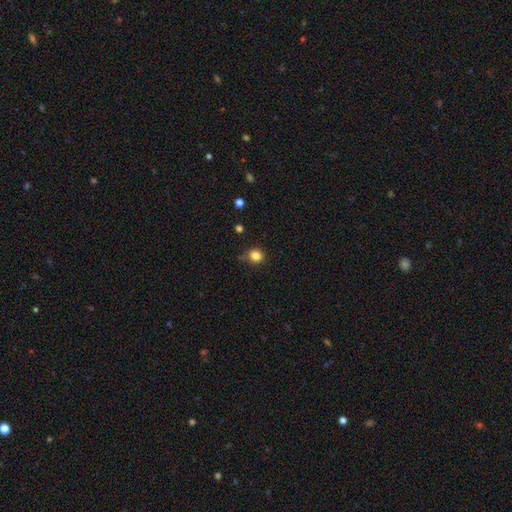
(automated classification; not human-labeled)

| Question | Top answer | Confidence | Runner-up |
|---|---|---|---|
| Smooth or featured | smooth | 82% | star or artifact (12%) |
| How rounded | round | 84% | in between (15%) |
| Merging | none | 71% | minor disturbance (21%) |